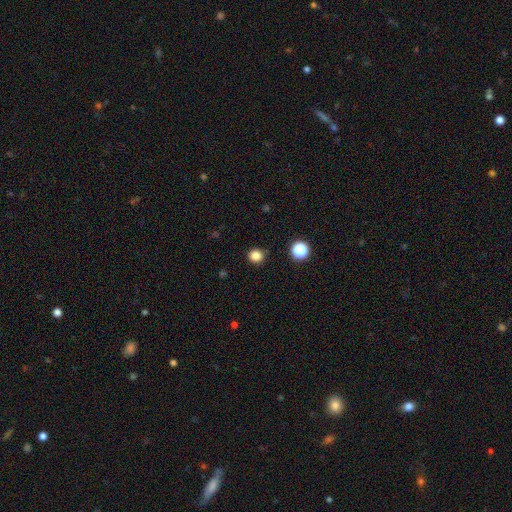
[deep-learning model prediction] smooth_or_featured: smooth (p=0.83) [alt: star or artifact p=0.13]
how_rounded: round (p=0.91) [alt: in between p=0.08]
merging: none (p=0.89) [alt: minor disturbance p=0.08]